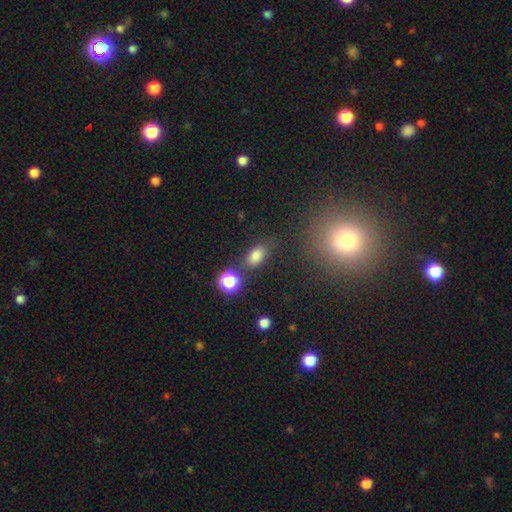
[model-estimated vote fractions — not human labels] Smooth or featured: smooth — 80% (star or artifact — 14%)
How rounded: in between — 82% (round — 15%)
Merging: none — 70% (minor disturbance — 15%)